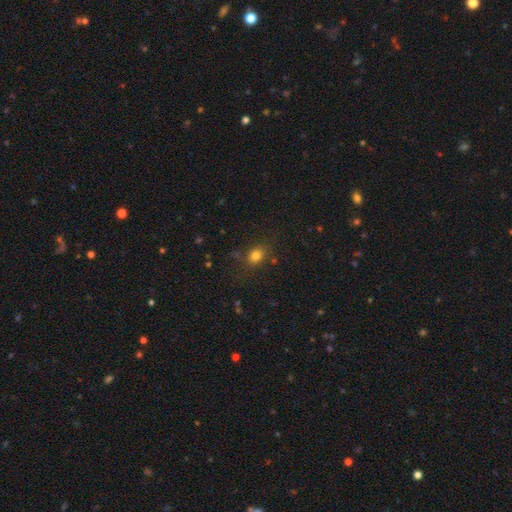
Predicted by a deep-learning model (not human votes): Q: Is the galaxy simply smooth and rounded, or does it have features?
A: smooth — 78%.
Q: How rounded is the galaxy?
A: in between — 49%, tied with round.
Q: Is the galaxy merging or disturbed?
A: none — 75%.